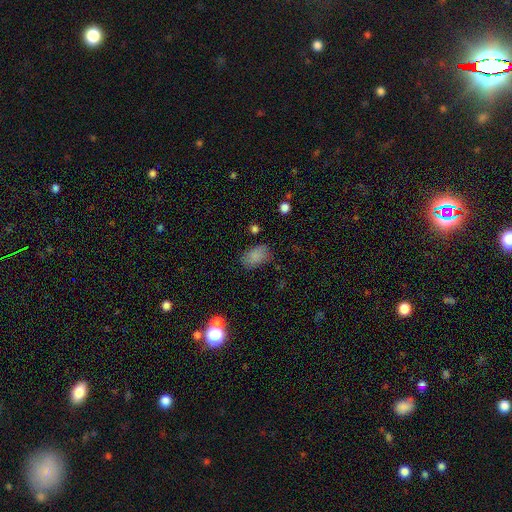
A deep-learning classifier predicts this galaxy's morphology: This is clearly a smooth galaxy (84%). How rounded: clearly in between (89%). Merging: likely none (75%).